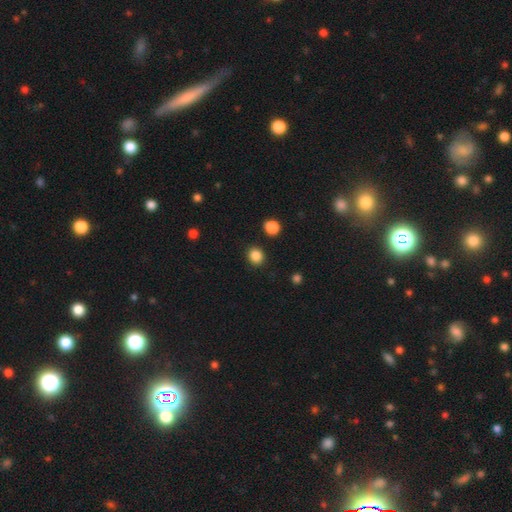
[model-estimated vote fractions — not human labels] Overall: smooth (86%). How rounded: round (82%). Merging: none (89%).